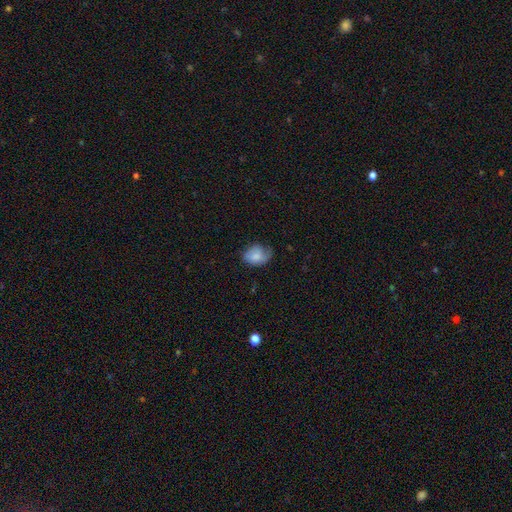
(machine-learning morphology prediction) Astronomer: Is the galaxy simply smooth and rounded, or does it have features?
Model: smooth — 74%.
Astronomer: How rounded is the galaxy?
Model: in between — 69%.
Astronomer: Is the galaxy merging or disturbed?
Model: none — 46% (runner-up: minor disturbance, 37%).